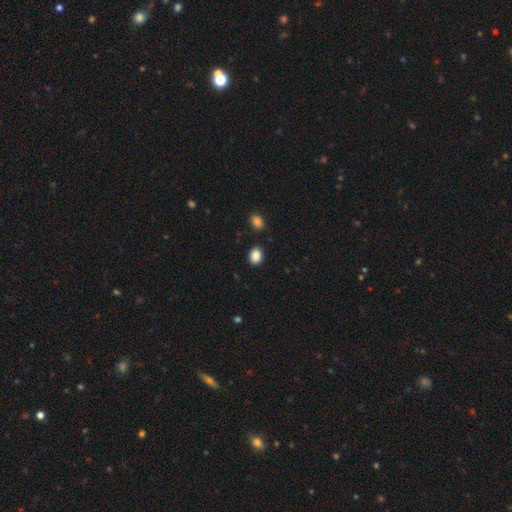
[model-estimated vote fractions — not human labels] smooth-or-featured: smooth: 88% | star or artifact: 9% | featured or disk: 3%
  how-rounded: in between: 60% | round: 39% | cigar-shaped: 1%
  merging: none: 86% | minor disturbance: 8% | merger: 3% | major disturbance: 2%